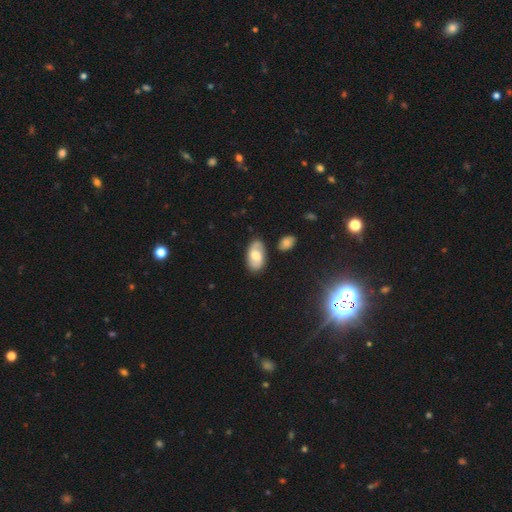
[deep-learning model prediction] Smooth or featured: smooth — 52% (featured or disk — 40%)
How rounded: in between — 94% (round — 4%)
Merging: none — 77% (minor disturbance — 16%)